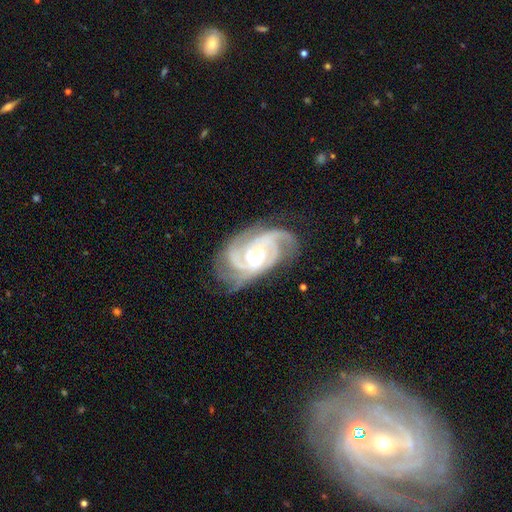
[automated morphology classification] Smooth or featured? featured or disk (92%)
Edge-on disk? no (97%)
Bar? no (58%)
Spiral arms? yes (98%)
Spiral winding? tight (59%)
Spiral arm count? 3 (50%)
Bulge size? moderate (49%)
Merging? none (73%)